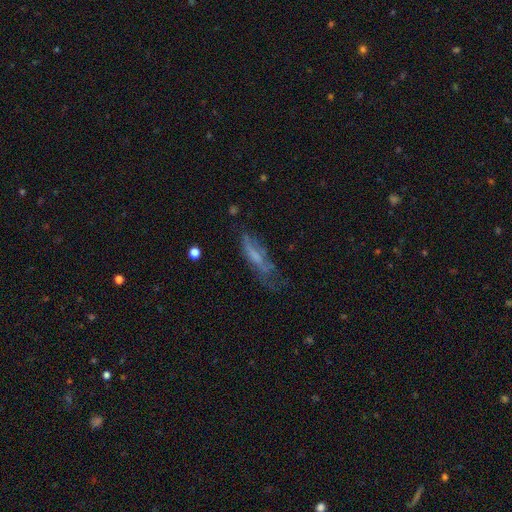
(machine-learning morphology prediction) Smooth or featured: featured or disk — 45% (smooth — 44%)
Merging: none — 42% (minor disturbance — 28%)